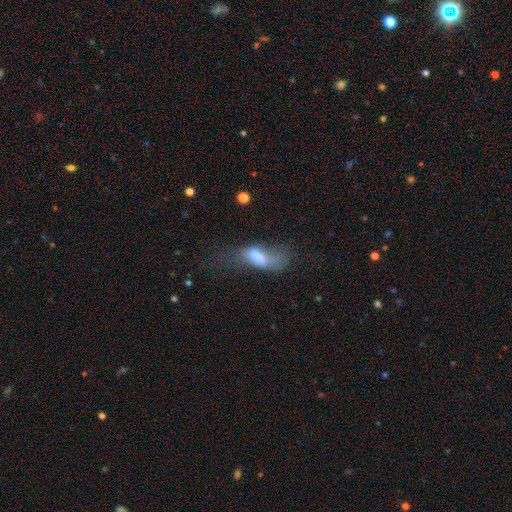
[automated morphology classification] smooth-or-featured: smooth: 62% | featured or disk: 28% | star or artifact: 11%
  how-rounded: in between: 75% | cigar-shaped: 22% | round: 4%
  merging: major disturbance: 52% | none: 21% | minor disturbance: 21% | merger: 6%